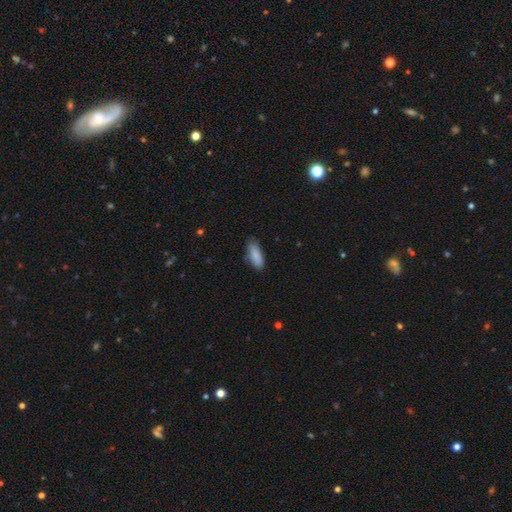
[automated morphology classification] This appears to be a smooth galaxy with no disk features (87%) that is in between round and cigar-shaped (71%). Merging: none (74%).